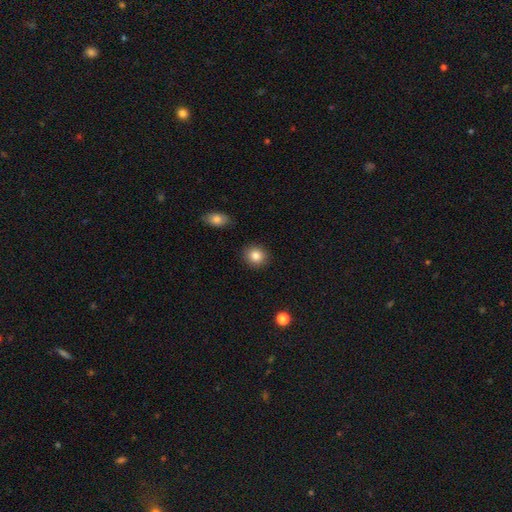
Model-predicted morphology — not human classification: smooth 85%, star or artifact 9%, featured or disk 6%. Down the decision tree: how rounded — round (80%); merging — none (90%).